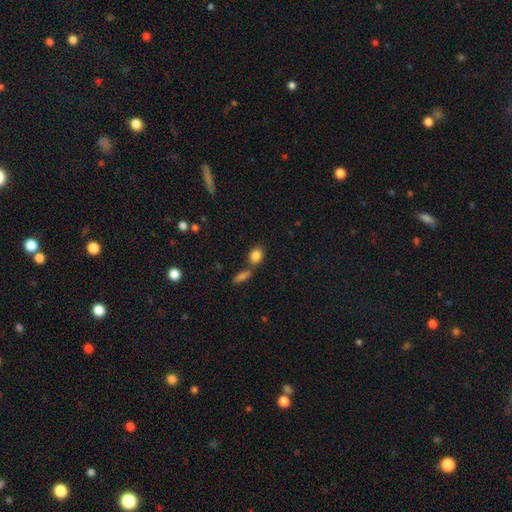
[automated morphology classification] Q: Smooth or featured?
A: smooth (85%); runner-up: star or artifact (9%)
Q: How rounded?
A: in between (59%); runner-up: round (38%)
Q: Merging?
A: none (58%); runner-up: merger (27%)